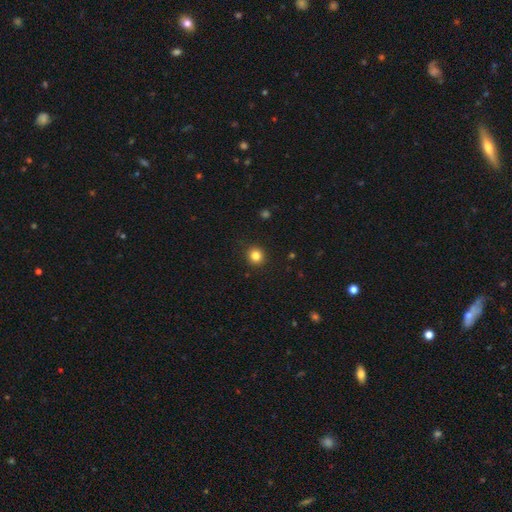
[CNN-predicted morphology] Overall: smooth (83%). How rounded: round (90%). Merging: none (92%).